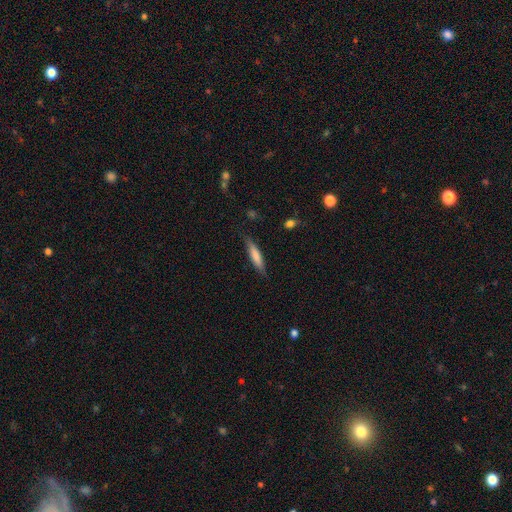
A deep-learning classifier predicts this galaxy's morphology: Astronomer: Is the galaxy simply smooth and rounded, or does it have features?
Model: smooth — 73%.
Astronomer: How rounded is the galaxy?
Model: cigar-shaped — 81%.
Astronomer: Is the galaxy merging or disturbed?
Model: none — 79%.